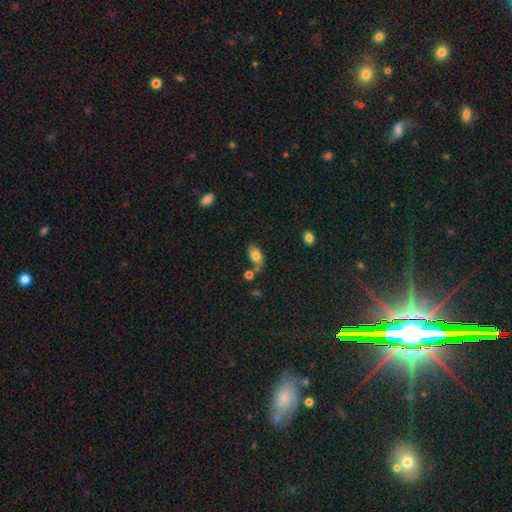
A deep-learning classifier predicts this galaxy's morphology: Smooth or featured? Predicted: smooth (p=0.80). How rounded? Predicted: in between (p=0.91). Merging? Predicted: none (p=0.57).